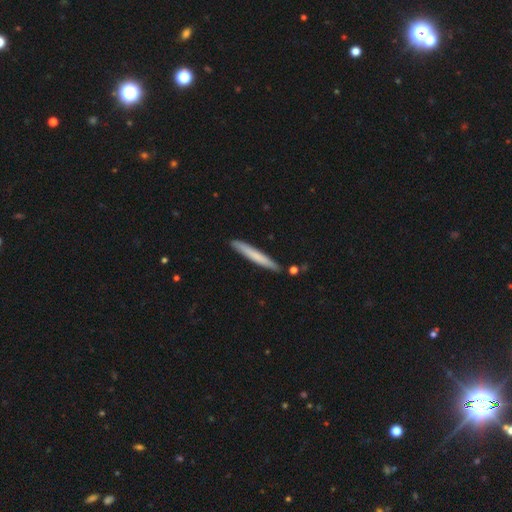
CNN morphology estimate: Smooth or featured: smooth — 70% (featured or disk — 25%)
How rounded: cigar-shaped — 96% (in between — 3%)
Merging: none — 87% (minor disturbance — 9%)